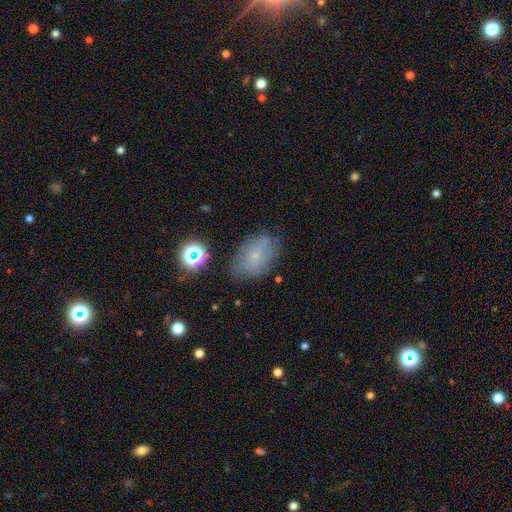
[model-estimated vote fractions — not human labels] This is possibly a smooth galaxy (56%). How rounded: clearly in between (83%). Merging: likely none (68%).